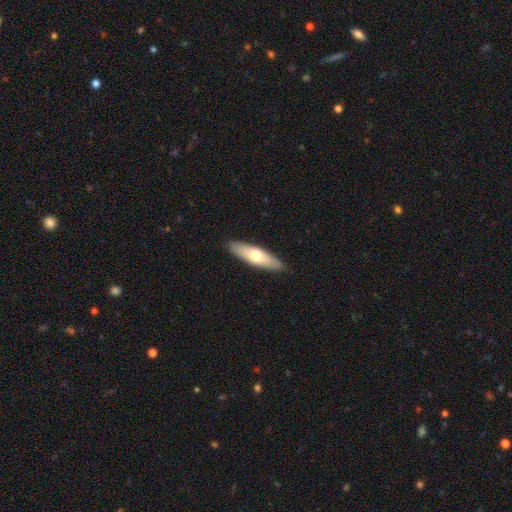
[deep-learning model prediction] The model was most divided on "how rounded": cigar-shaped: 55%, in between: 43%, round: 2%. More confident: merging — none (88%); smooth or featured — smooth (60%).